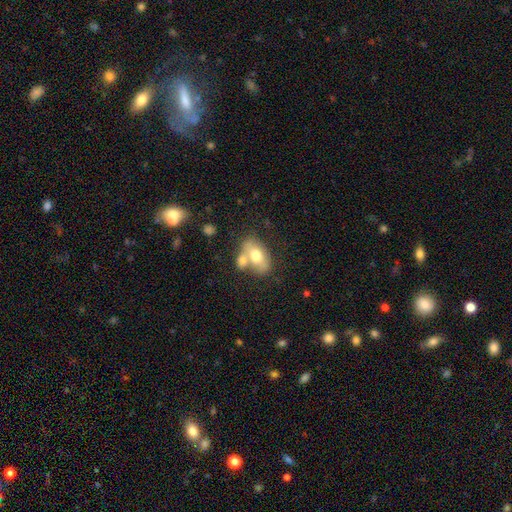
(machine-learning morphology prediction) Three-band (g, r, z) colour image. It shows a smooth galaxy with no disk features (64%) that is in between round and cigar-shaped (86%). Merging: merger (44%).